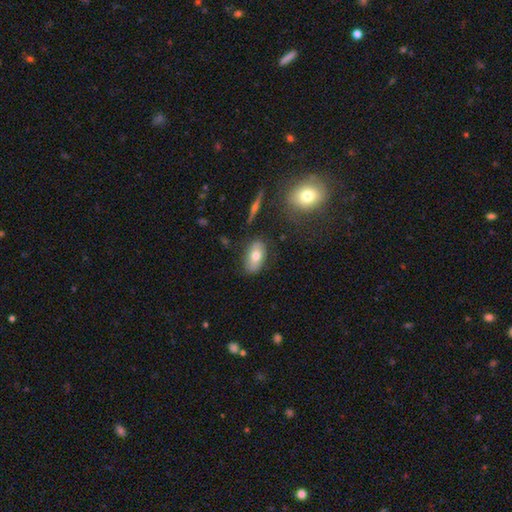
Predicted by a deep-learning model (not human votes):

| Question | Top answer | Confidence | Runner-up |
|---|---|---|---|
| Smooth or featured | smooth | 68% | featured or disk (23%) |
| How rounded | in between | 91% | round (5%) |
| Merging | none | 80% | minor disturbance (14%) |